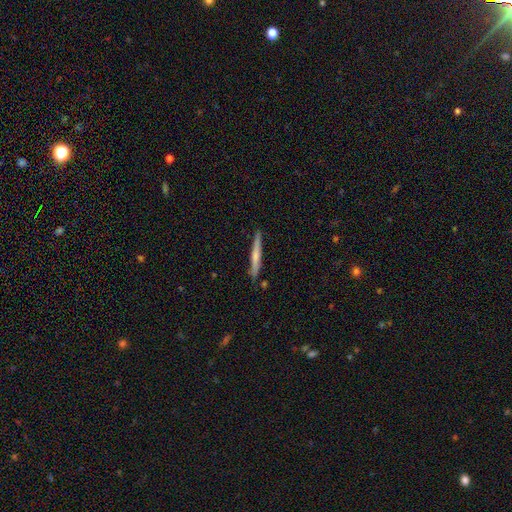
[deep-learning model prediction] smooth-or-featured: smooth: 55% | featured or disk: 40% | star or artifact: 5%
  how-rounded: cigar-shaped: 96% | in between: 3% | round: 1%
  merging: none: 87% | minor disturbance: 10% | merger: 2% | major disturbance: 2%